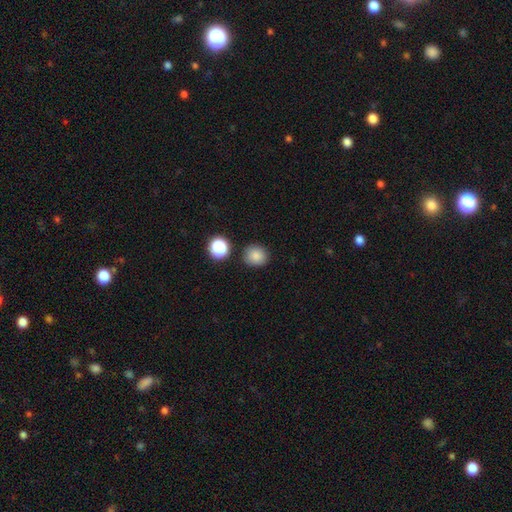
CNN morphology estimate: A smooth galaxy with no disk features (84%) that is round (85%).

Vote fractions:
- Smooth or featured? smooth: 84% / star or artifact: 12% / featured or disk: 5%
- How rounded? round: 85% / in between: 14% / cigar-shaped: 1%
- Merging? none: 86% / minor disturbance: 8% / merger: 3% / major disturbance: 2%